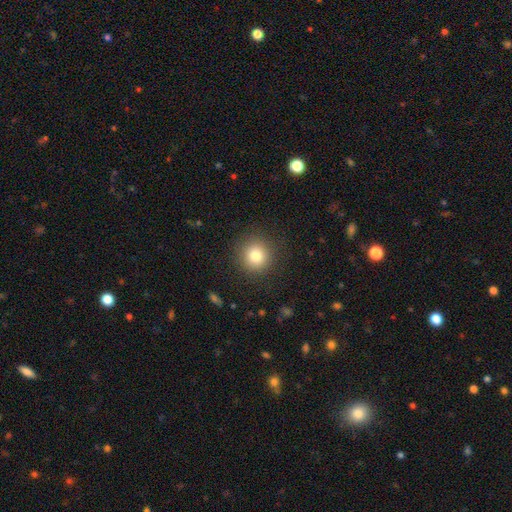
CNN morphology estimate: Smooth or featured? Predicted: smooth (p=0.81). How rounded? Predicted: round (p=0.92). Merging? Predicted: none (p=0.89).